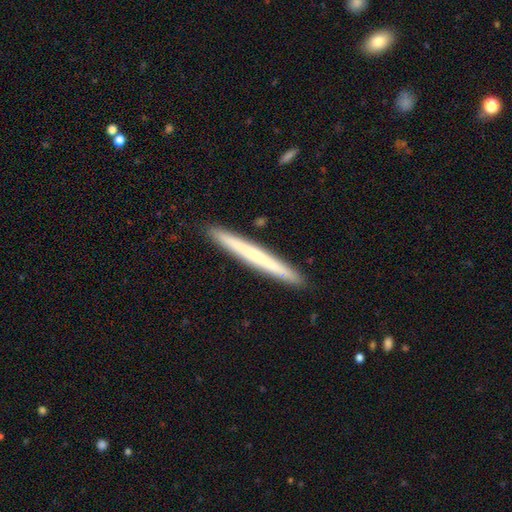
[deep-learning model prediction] Overall: smooth (55%; featured or disk 39%). How rounded: cigar-shaped (97%). Merging: none (92%).